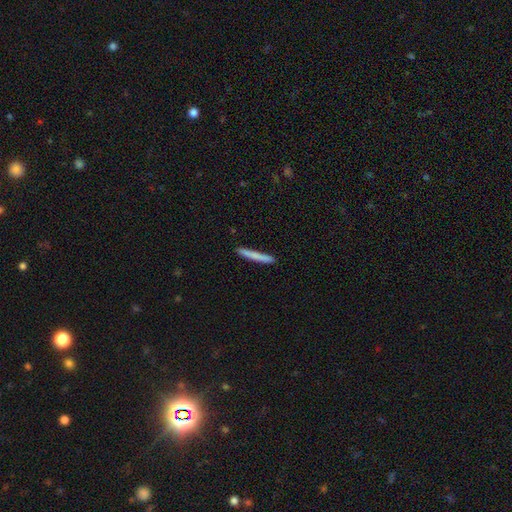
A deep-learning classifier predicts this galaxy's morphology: Q: Smooth or featured?
A: smooth (76%); runner-up: featured or disk (18%)
Q: How rounded?
A: cigar-shaped (97%); runner-up: in between (2%)
Q: Merging?
A: none (91%); runner-up: minor disturbance (6%)